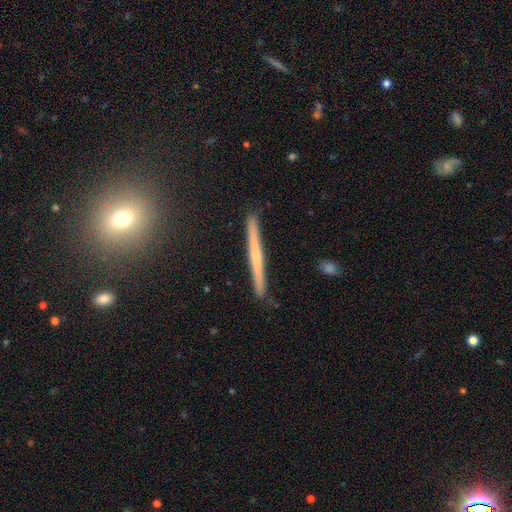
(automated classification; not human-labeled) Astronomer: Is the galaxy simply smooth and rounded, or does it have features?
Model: featured or disk — 55% (runner-up: smooth, 39%).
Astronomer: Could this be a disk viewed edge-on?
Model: yes — 97%.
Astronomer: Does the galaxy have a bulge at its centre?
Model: none — 59% (runner-up: rounded, 35%).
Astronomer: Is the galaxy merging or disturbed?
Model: none — 91%.